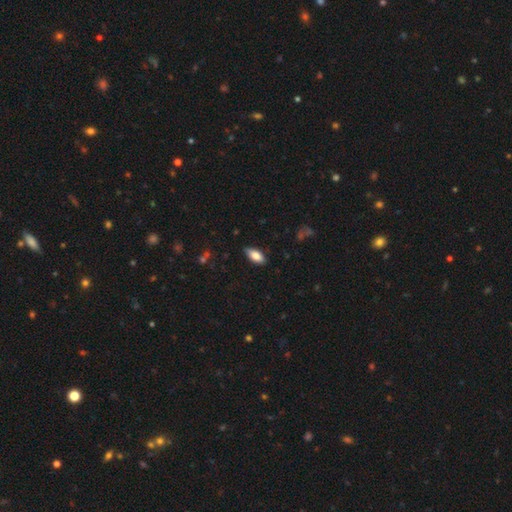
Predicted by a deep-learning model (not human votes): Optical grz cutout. It shows a smooth galaxy with no disk features (83%) that is in between round and cigar-shaped (89%). Merging: none (83%).